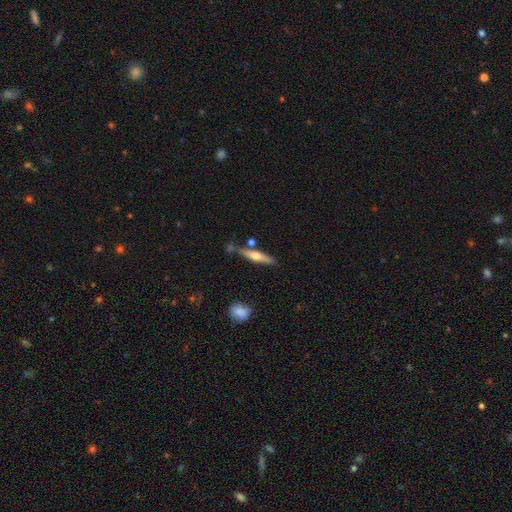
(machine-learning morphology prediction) A featured or disk galaxy (54%) viewed edge-on (94%) with a rounded central bulge (91%).

Vote fractions:
- Smooth or featured? featured or disk: 54% / smooth: 40% / star or artifact: 6%
- Edge-on disk? yes: 94% / no: 6%
- Edge-on bulge? rounded: 91% / none: 4% / boxy: 4%
- Merging? none: 75% / minor disturbance: 13% / merger: 9% / major disturbance: 3%